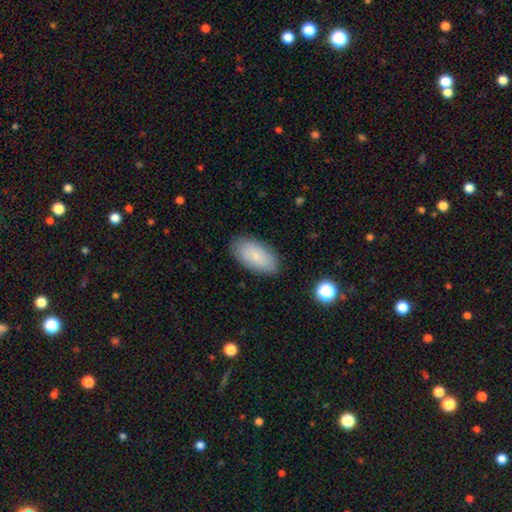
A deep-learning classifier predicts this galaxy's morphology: smooth_or_featured: smooth (p=0.78) [alt: featured or disk p=0.15]
how_rounded: in between (p=0.94) [alt: round p=0.03]
merging: none (p=0.84) [alt: minor disturbance p=0.12]